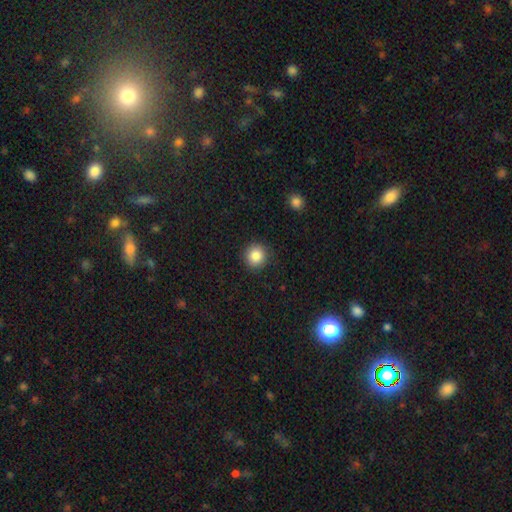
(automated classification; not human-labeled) A smooth galaxy with no disk features (86%) that is round (92%). Merging: none (89%).